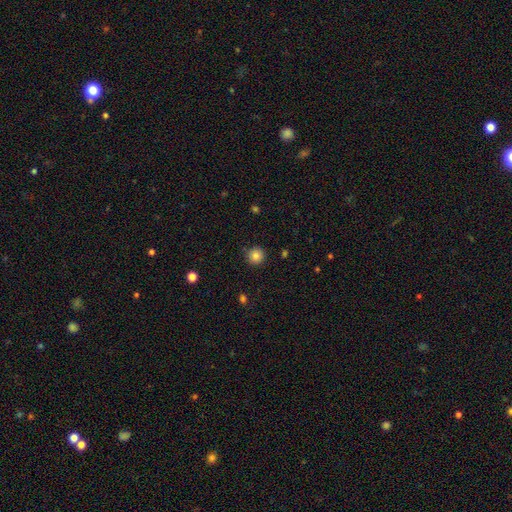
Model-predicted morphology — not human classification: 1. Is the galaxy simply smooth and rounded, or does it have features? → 84% smooth, 11% star or artifact, 5% featured or disk.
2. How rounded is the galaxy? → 95% round, 4% in between, 1% cigar-shaped.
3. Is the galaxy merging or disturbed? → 90% none, 7% minor disturbance, 2% major disturbance, 1% merger.